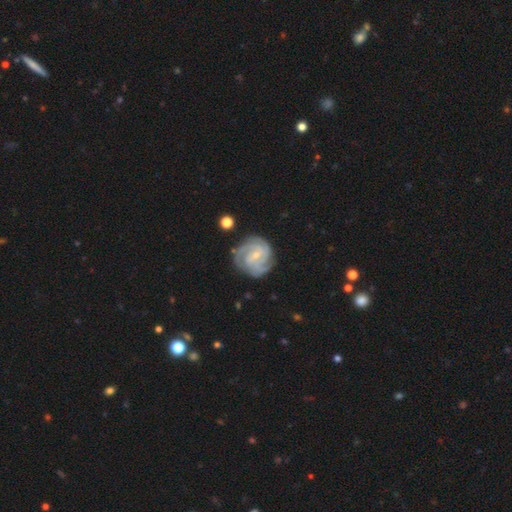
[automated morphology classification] smooth_or_featured: featured or disk (p=0.89) [alt: smooth p=0.07]
disk_edge_on: no (p=0.98) [alt: yes p=0.02]
bar: weak (p=0.47) [alt: no p=0.39]
has_spiral_arms: yes (p=0.98) [alt: no p=0.02]
spiral_winding: tight (p=0.66) [alt: medium p=0.29]
spiral_arm_count: 3 (p=0.37) [alt: 4 p=0.27]
bulge_size: small (p=0.74) [alt: moderate p=0.21]
merging: none (p=0.80) [alt: minor disturbance p=0.14]